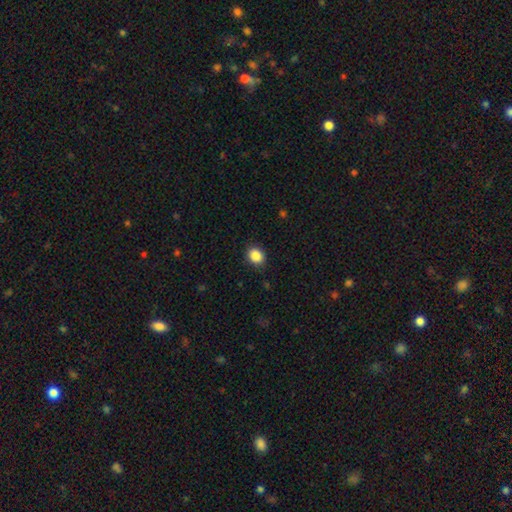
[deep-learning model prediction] A smooth galaxy with no disk features (88%) that is round (53%). Merging: none (88%).